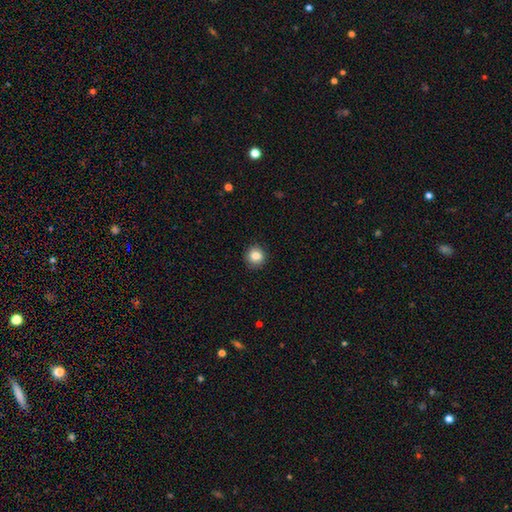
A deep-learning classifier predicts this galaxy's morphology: Overall: smooth (86%). How rounded: round (90%). Merging: none (90%).